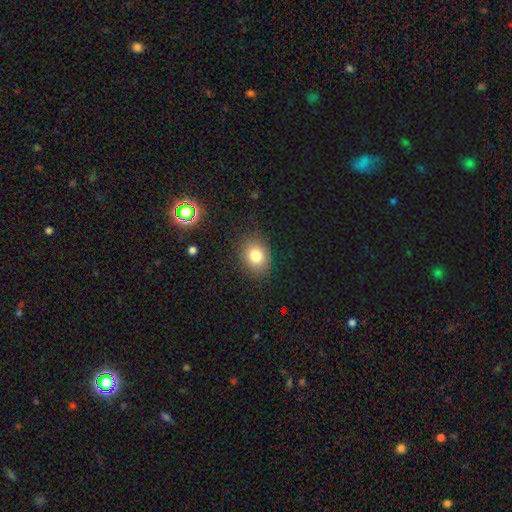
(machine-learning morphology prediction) Smooth or featured?
  - smooth: 79% *
  - star or artifact: 13%
  - featured or disk: 9%
How rounded?
  - round: 52% *
  - in between: 47%
  - cigar-shaped: 1%
Merging?
  - none: 85% *
  - minor disturbance: 10%
  - major disturbance: 3%
  - merger: 1%